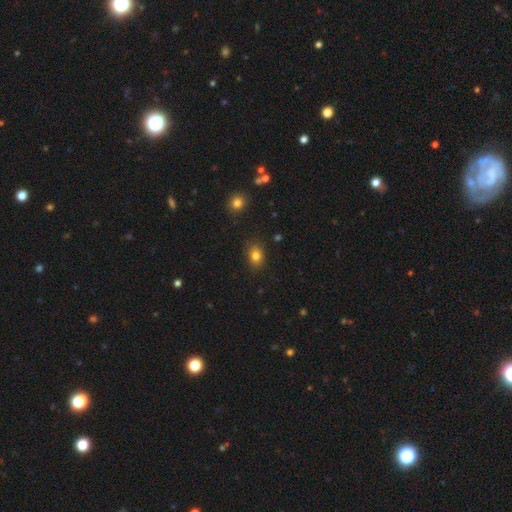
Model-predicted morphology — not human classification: Overall: smooth (82%). How rounded: in between (63%; round 36%). Merging: none (84%).